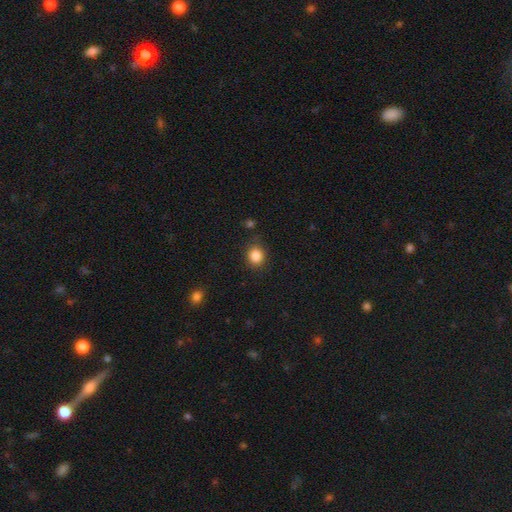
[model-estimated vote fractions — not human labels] Smooth or featured? smooth (86%)
How rounded? round (73%)
Merging? none (83%)